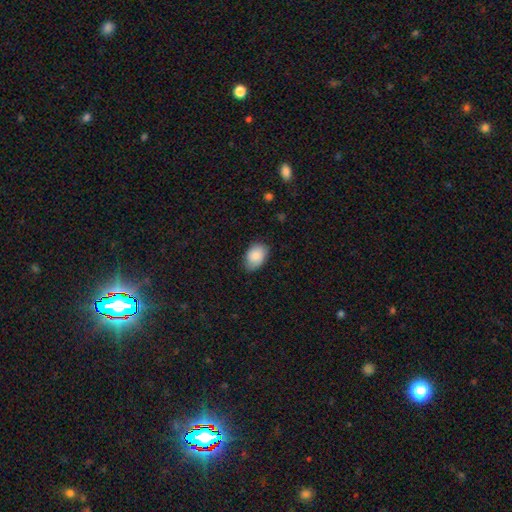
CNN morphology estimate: A smooth galaxy with no disk features (87%) that is in between round and cigar-shaped (86%).

Vote fractions:
- Smooth or featured? smooth: 87% / star or artifact: 7% / featured or disk: 7%
- How rounded? in between: 86% / round: 13% / cigar-shaped: 1%
- Merging? none: 73% / minor disturbance: 23% / major disturbance: 3% / merger: 1%